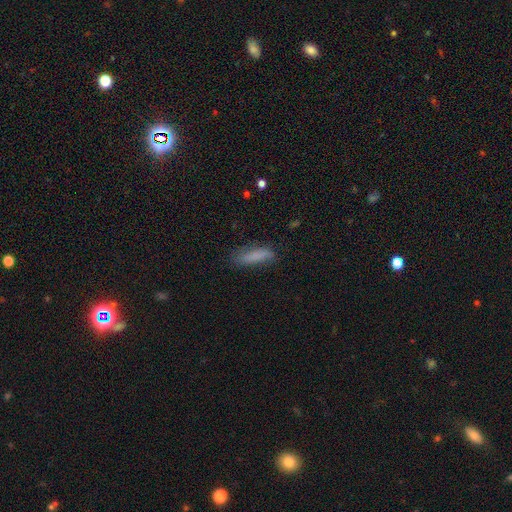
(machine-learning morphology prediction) Smooth or featured? Predicted: smooth (p=0.78). How rounded? Predicted: cigar-shaped (p=0.68). Merging? Predicted: none (p=0.70).